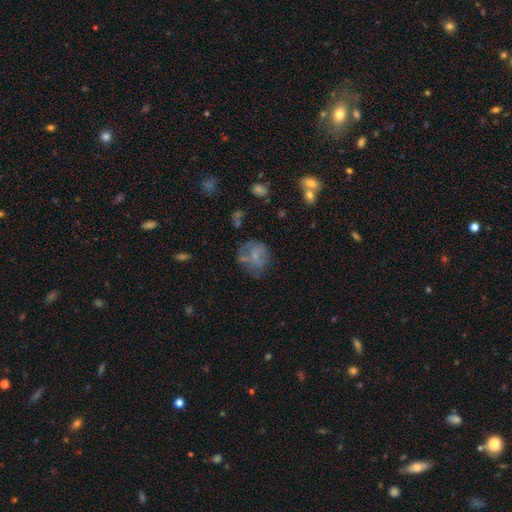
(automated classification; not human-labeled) Overall: smooth (51%; featured or disk 37%). How rounded: round (63%; in between 36%). Merging: none (48%; minor disturbance 23%).